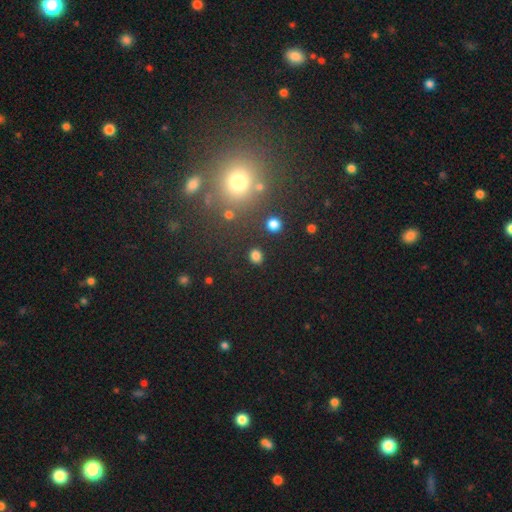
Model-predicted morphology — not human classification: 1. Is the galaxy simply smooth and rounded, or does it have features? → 79% smooth, 16% star or artifact, 4% featured or disk.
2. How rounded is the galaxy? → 72% round, 27% in between, 1% cigar-shaped.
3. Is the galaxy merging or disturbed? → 87% none, 7% minor disturbance, 3% major disturbance, 3% merger.